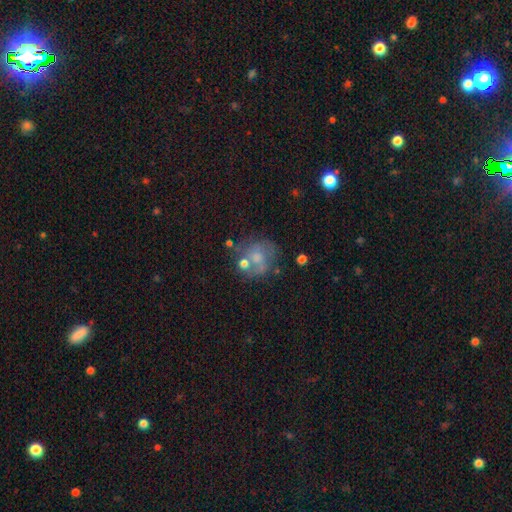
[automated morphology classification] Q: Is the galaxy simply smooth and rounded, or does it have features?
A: smooth — 44%, tied with featured or disk.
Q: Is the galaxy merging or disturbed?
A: none — 47%.